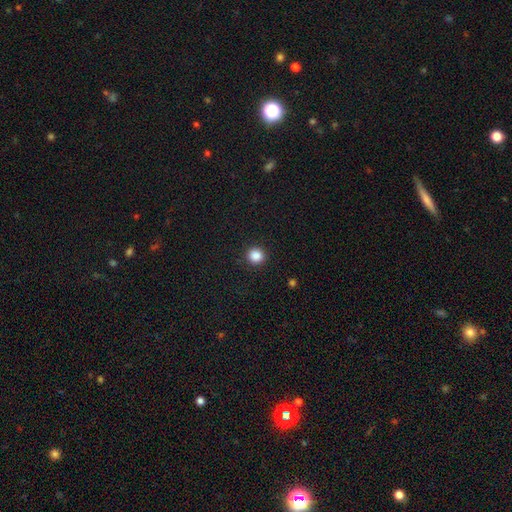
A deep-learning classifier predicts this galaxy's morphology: A smooth galaxy with no disk features (87%) that is round (92%).

Vote fractions:
- Smooth or featured? smooth: 87% / star or artifact: 10% / featured or disk: 3%
- How rounded? round: 92% / in between: 8% / cigar-shaped: 1%
- Merging? none: 91% / minor disturbance: 6% / major disturbance: 2% / merger: 1%